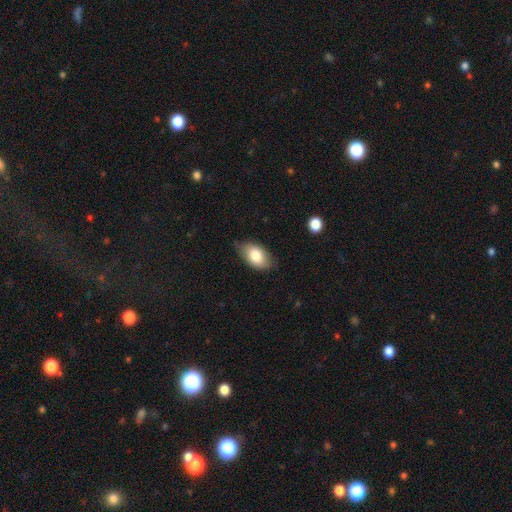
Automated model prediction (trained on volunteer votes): Smooth or featured? smooth (81%)
How rounded? in between (92%)
Merging? none (75%)